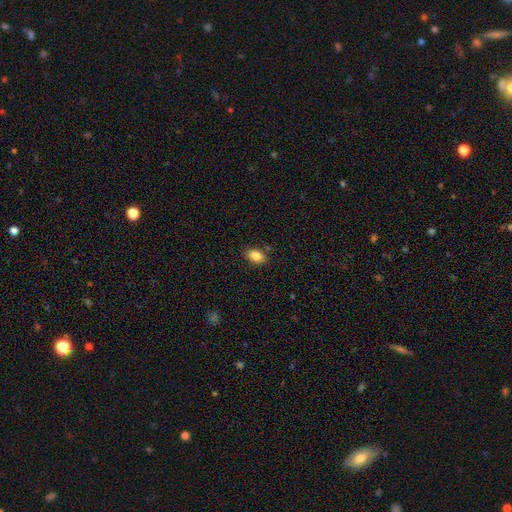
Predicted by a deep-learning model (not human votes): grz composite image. It shows a smooth galaxy with no disk features (86%) that is in between round and cigar-shaped (85%). Merging: none (83%).